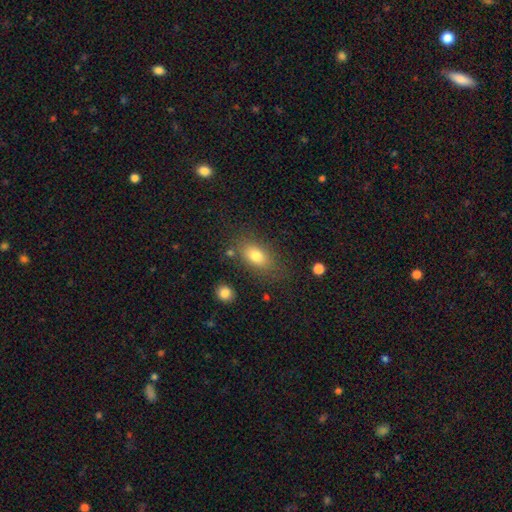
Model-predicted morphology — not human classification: type=smooth (78%); roundness=in between (85%); merging=none (75%).